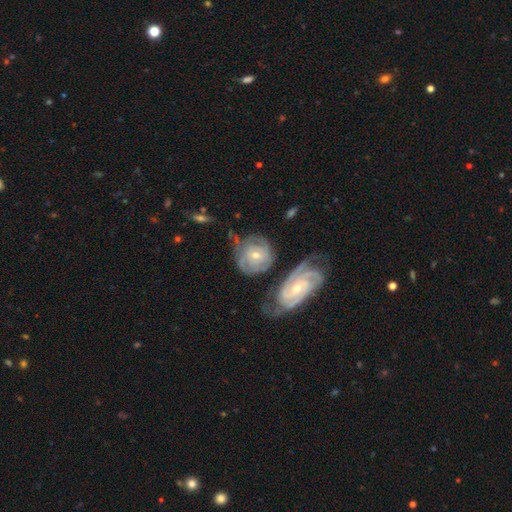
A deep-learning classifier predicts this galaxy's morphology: featured or disk 72%, smooth 22%, star or artifact 6%. Down the decision tree: edge-on disk — no (96%); bar — no (66%); spiral arms — yes (88%); spiral arm count — can't tell (40%); spiral winding — tight (70%); bulge size — small (52%); merging — none (46%).